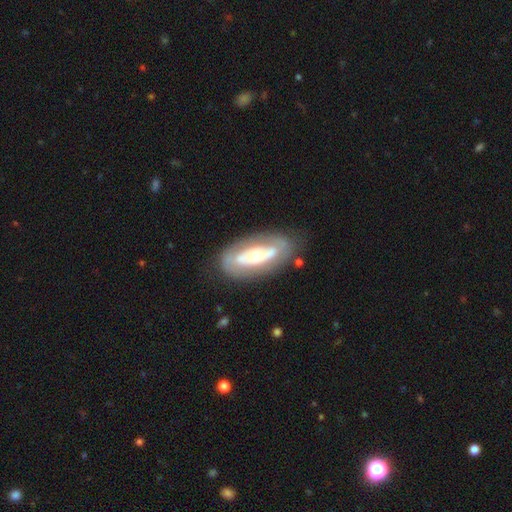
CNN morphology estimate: smooth-or-featured: featured or disk: 71% | smooth: 23% | star or artifact: 6%
  disk-edge-on: no: 88% | yes: 12%
    bar: no: 56% | weak: 24% | strong: 20%
    has-spiral-arms: no: 50% (tied) | yes: 50% (tied)
    bulge-size: moderate: 61% | small: 25% | large: 11% | dominant: 2% | none: 1%
  merging: none: 78% | minor disturbance: 14% | major disturbance: 6% | merger: 2%